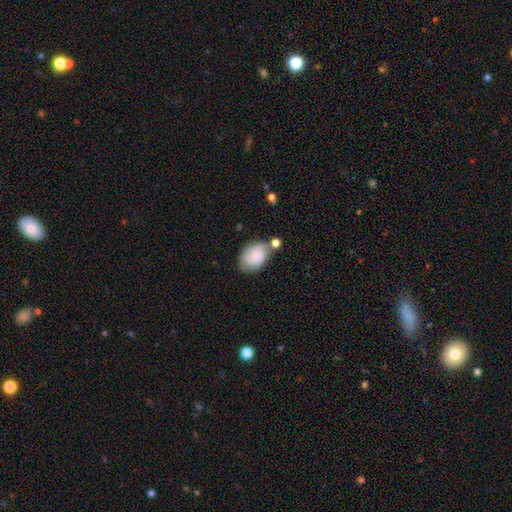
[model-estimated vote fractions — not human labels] Smooth or featured: smooth — 61% (featured or disk — 30%)
How rounded: in between — 76% (round — 22%)
Merging: none — 46% (minor disturbance — 26%)